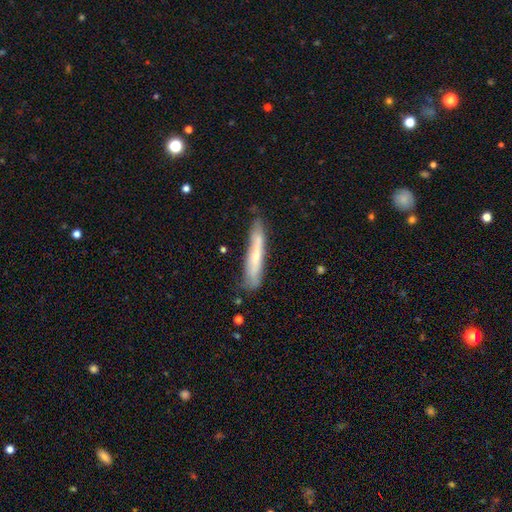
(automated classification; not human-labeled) Smooth or featured?
  - smooth: 51% *
  - featured or disk: 43%
  - star or artifact: 6%
How rounded?
  - cigar-shaped: 92% *
  - in between: 7%
  - round: 1%
Merging?
  - none: 68% *
  - minor disturbance: 23%
  - major disturbance: 5%
  - merger: 3%